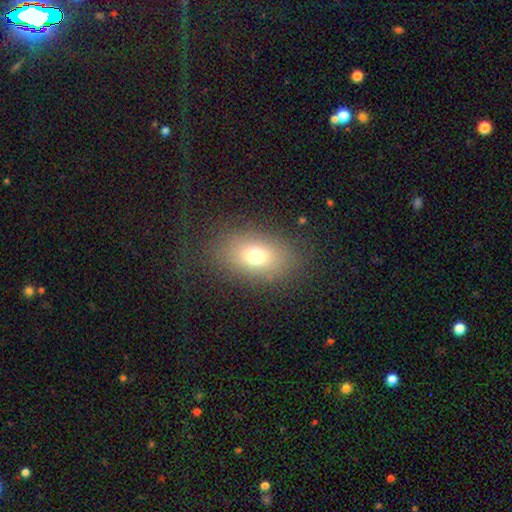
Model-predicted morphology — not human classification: type=smooth (72%); roundness=in between (75%); merging=none (81%).